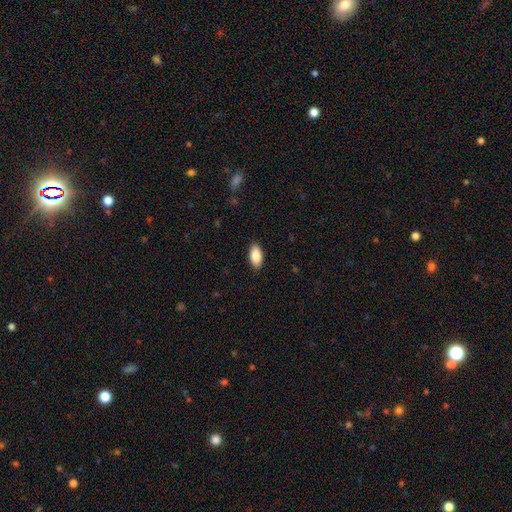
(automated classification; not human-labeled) Overall: smooth (86%). How rounded: in between (92%). Merging: none (88%).